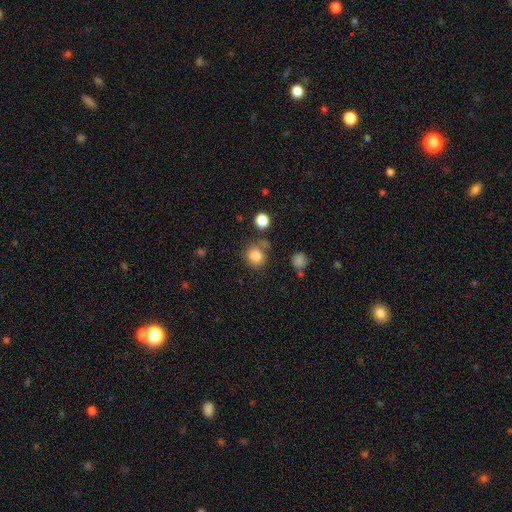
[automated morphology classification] smooth-or-featured: smooth: 83% | star or artifact: 12% | featured or disk: 5%
  how-rounded: round: 85% | in between: 14% | cigar-shaped: 1%
  merging: none: 70% | minor disturbance: 13% | merger: 11% | major disturbance: 5%